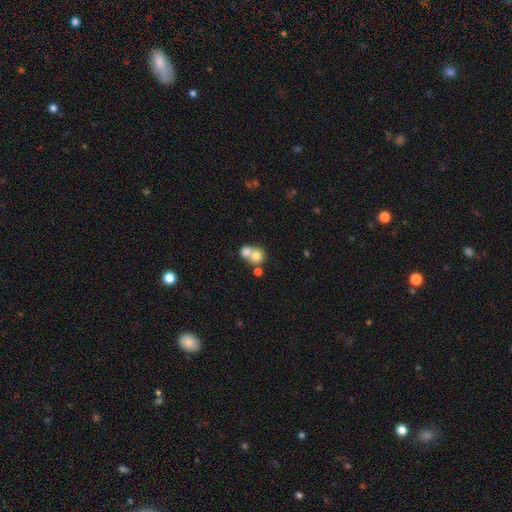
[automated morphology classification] A smooth galaxy with no disk features (73%) that is round (80%).

Vote fractions:
- Smooth or featured? smooth: 73% / featured or disk: 17% / star or artifact: 10%
- How rounded? round: 80% / in between: 20% / cigar-shaped: 1%
- Merging? merger: 62% / none: 29% / minor disturbance: 6% / major disturbance: 3%